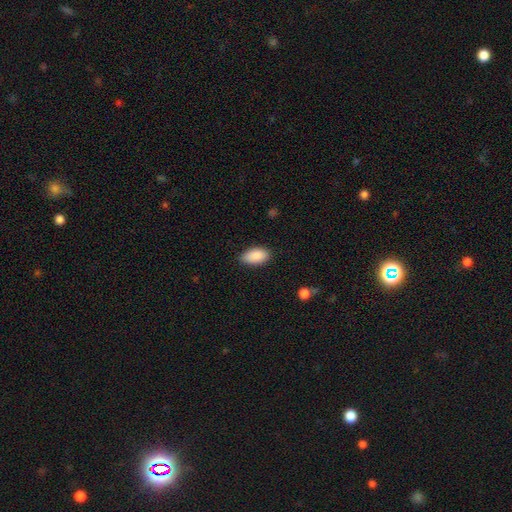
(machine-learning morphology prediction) type=smooth (90%); roundness=in between (94%); merging=none (83%).